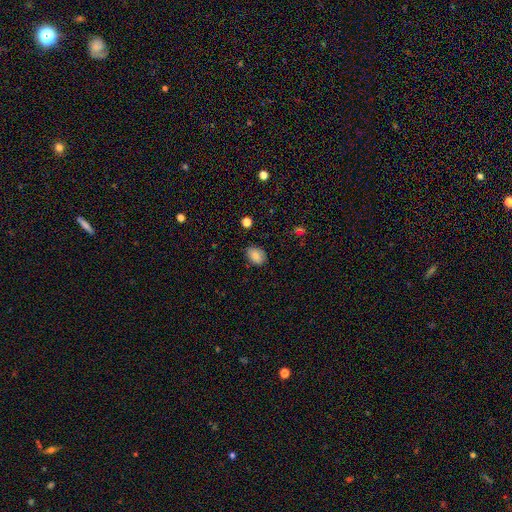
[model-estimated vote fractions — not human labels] This is clearly a smooth galaxy (83%). How rounded: likely in between (72%). Merging: likely none (80%).